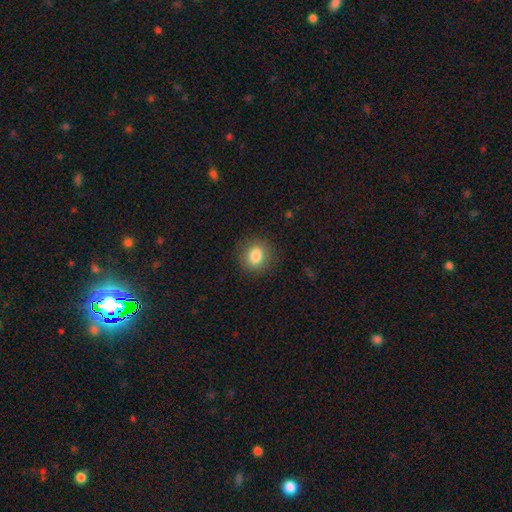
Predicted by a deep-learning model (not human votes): Smooth or featured? Predicted: smooth (p=0.84). How rounded? Predicted: round (p=0.73). Merging? Predicted: none (p=0.88).